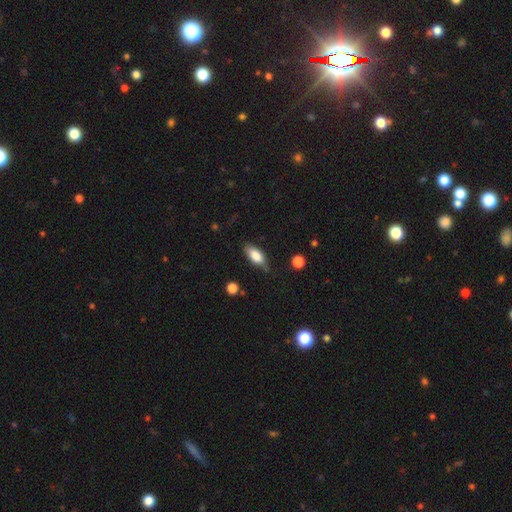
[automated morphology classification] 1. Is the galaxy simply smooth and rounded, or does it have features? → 78% smooth, 15% featured or disk, 7% star or artifact.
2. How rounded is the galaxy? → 82% in between, 15% cigar-shaped, 3% round.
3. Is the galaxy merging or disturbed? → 70% none, 23% minor disturbance, 5% major disturbance, 2% merger.